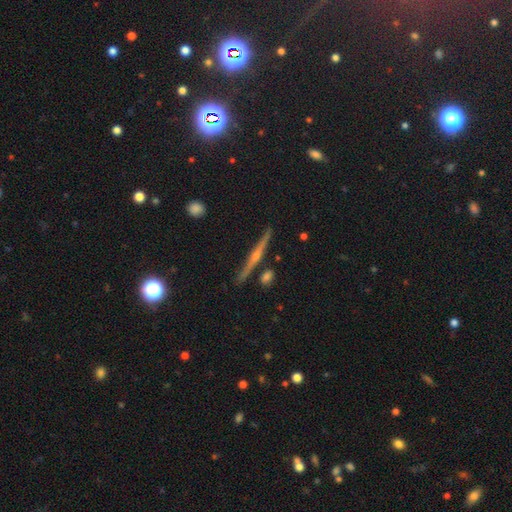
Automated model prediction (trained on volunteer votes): Smooth or featured: featured or disk — 80% (smooth — 13%)
Edge-on disk: yes — 98% (no — 2%)
Edge-on bulge: rounded — 85% (none — 10%)
Merging: none — 89% (minor disturbance — 7%)